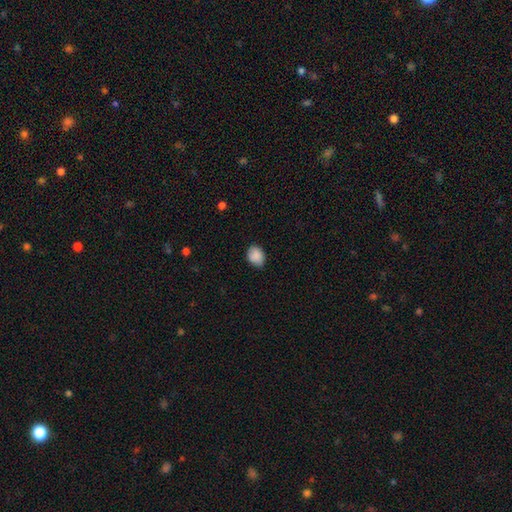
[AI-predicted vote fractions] A smooth galaxy with no disk features (88%) that is in between round and cigar-shaped (61%).

Vote fractions:
- Smooth or featured? smooth: 88% / star or artifact: 7% / featured or disk: 5%
- How rounded? in between: 61% / round: 38% / cigar-shaped: 1%
- Merging? none: 72% / minor disturbance: 24% / major disturbance: 3% / merger: 1%